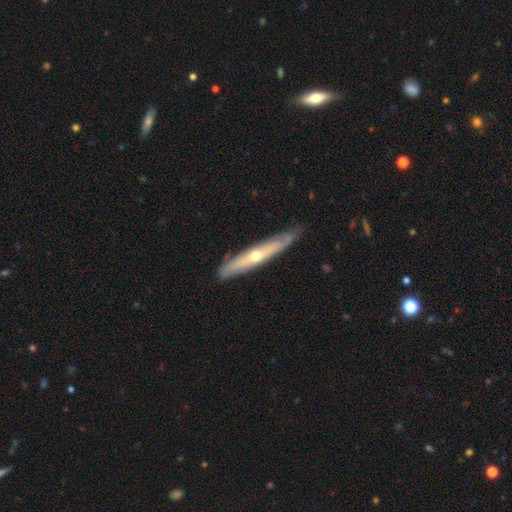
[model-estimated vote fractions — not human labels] This is likely a featured or disk galaxy (61%). It is likely viewed edge-on (77%). Merging: likely none (77%).